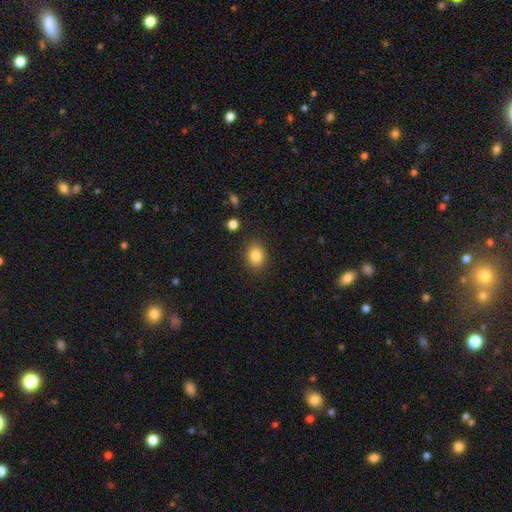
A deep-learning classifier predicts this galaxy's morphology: This is clearly a smooth galaxy (84%). How rounded: possibly round (52%). Merging: clearly none (86%).